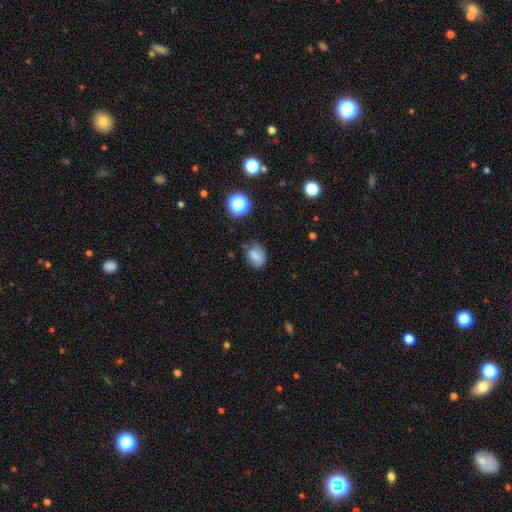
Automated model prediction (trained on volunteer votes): The model was most divided on "how rounded": in between: 62%, round: 37%, cigar-shaped: 1%. More confident: smooth or featured — smooth (70%); merging — none (56%).